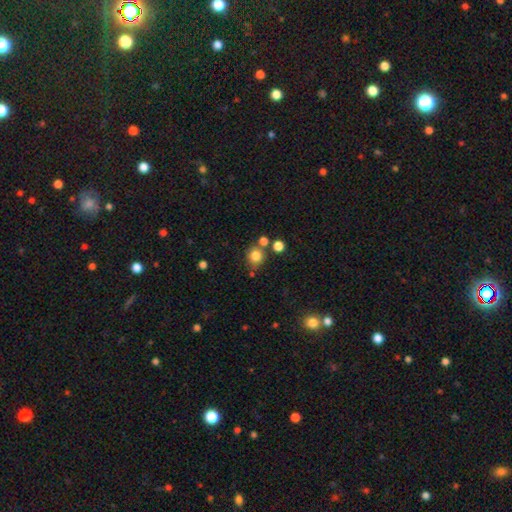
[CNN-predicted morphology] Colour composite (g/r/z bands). It shows a smooth galaxy with no disk features (81%) that is round (88%). Merging: none (72%).